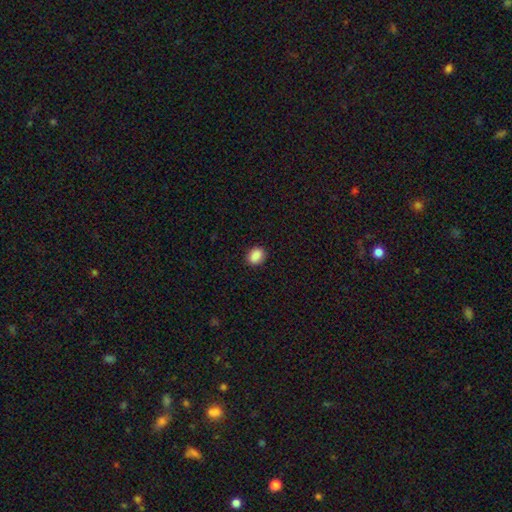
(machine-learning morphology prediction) A smooth galaxy with no disk features (89%) that is in between round and cigar-shaped (55%). Merging: none (89%).